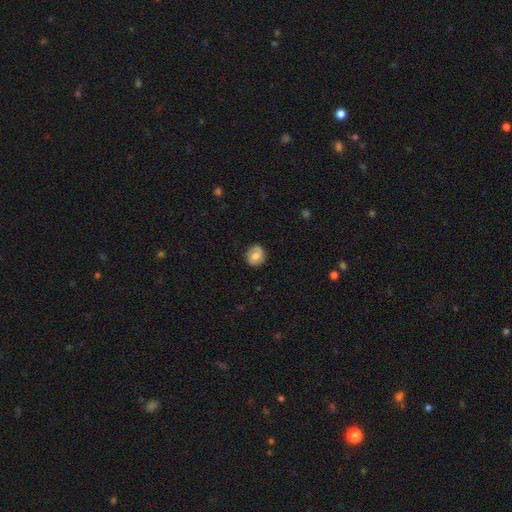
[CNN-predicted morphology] Smooth or featured? Predicted: smooth (p=0.67). How rounded? Predicted: round (p=0.79). Merging? Predicted: none (p=0.83).